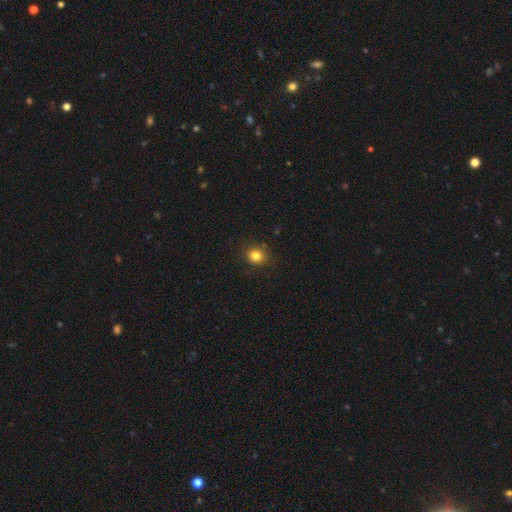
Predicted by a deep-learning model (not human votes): Smooth or featured: smooth — 82% (star or artifact — 12%)
How rounded: round — 83% (in between — 16%)
Merging: none — 87% (minor disturbance — 9%)